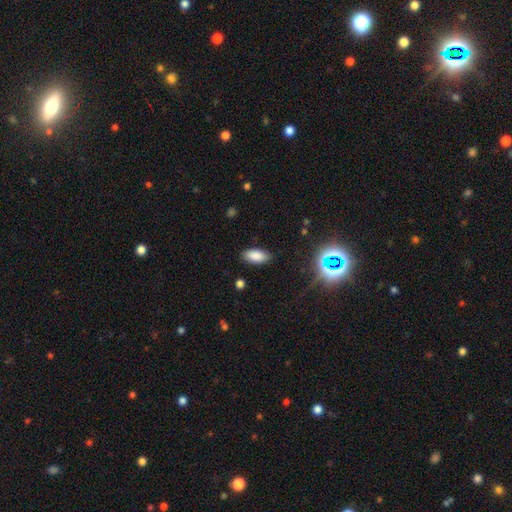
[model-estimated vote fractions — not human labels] Smooth or featured? Predicted: smooth (p=0.84). How rounded? Predicted: in between (p=0.90). Merging? Predicted: none (p=0.87).